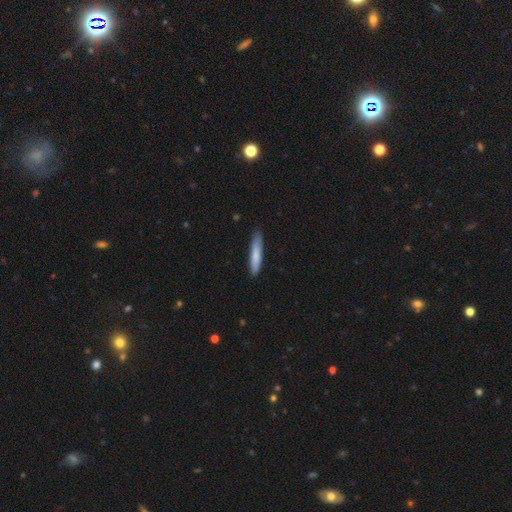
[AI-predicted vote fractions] Q: Smooth or featured?
A: smooth (78%); runner-up: featured or disk (17%)
Q: How rounded?
A: cigar-shaped (89%); runner-up: in between (10%)
Q: Merging?
A: none (84%); runner-up: minor disturbance (13%)